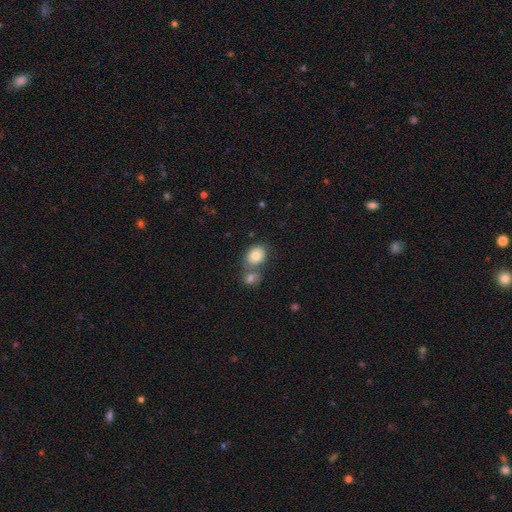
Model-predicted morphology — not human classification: type=smooth (82%); roundness=in between (50%); merging=none (45%).